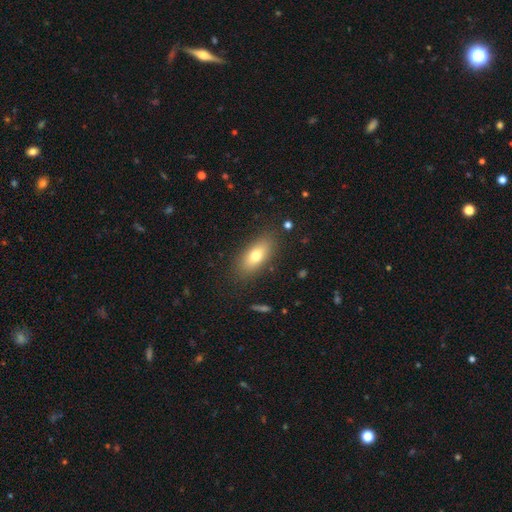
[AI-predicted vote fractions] Overall: smooth (72%). How rounded: in between (82%). Merging: none (83%).